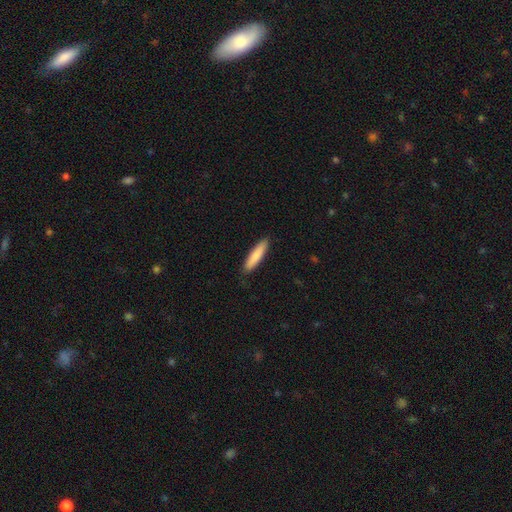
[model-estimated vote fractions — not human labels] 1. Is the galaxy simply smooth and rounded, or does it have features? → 83% smooth, 12% featured or disk, 5% star or artifact.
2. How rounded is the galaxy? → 82% cigar-shaped, 17% in between, 1% round.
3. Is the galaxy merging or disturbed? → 89% none, 8% minor disturbance, 1% major disturbance, 1% merger.